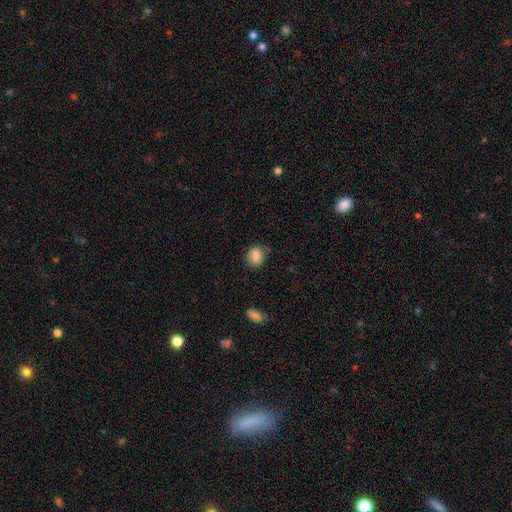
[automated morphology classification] This is clearly a smooth galaxy (83%). How rounded: possibly round (55%). Merging: likely none (72%).